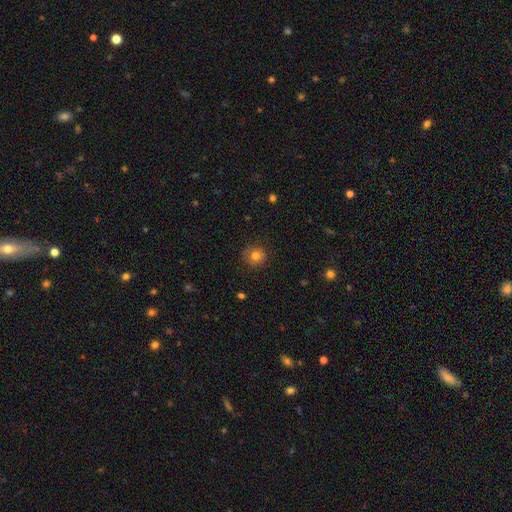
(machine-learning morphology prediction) A smooth galaxy with no disk features (79%) that is round (87%). Merging: none (80%).